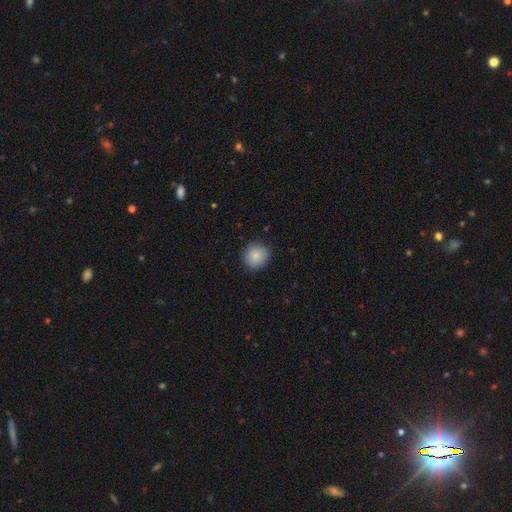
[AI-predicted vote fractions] Smooth or featured?
  - smooth: 85% *
  - star or artifact: 8%
  - featured or disk: 6%
How rounded?
  - round: 90% *
  - in between: 9%
  - cigar-shaped: 1%
Merging?
  - none: 87% *
  - minor disturbance: 10%
  - major disturbance: 2%
  - merger: 1%